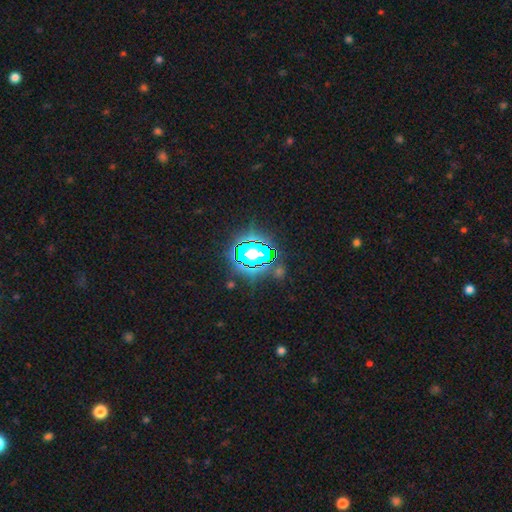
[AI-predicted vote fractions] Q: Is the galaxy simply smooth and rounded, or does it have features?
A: star or artifact — 68%.